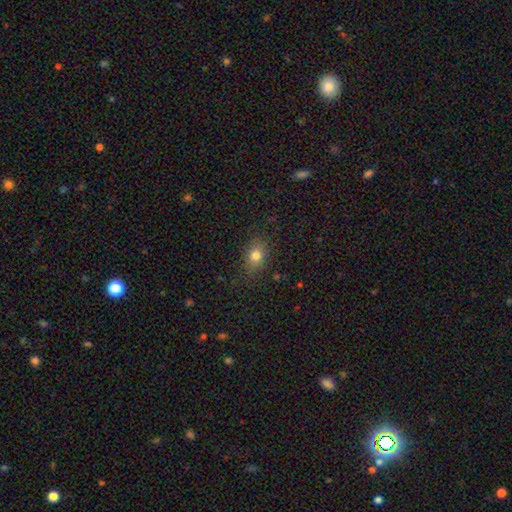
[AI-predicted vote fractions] smooth 79%, star or artifact 12%, featured or disk 9%. Down the decision tree: how rounded — in between (67%); merging — none (82%).